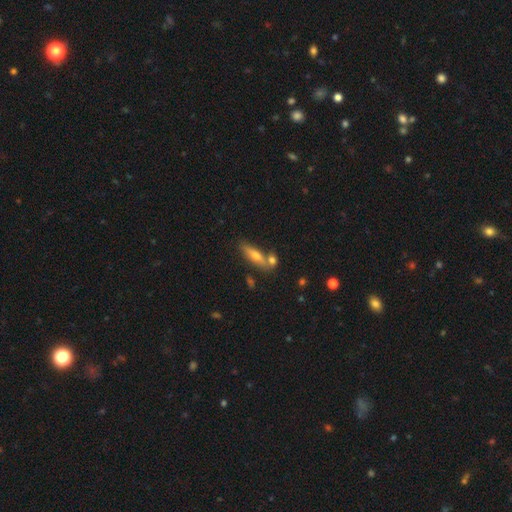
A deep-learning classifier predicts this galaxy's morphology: The model was most divided on "smooth or featured": smooth: 53%, featured or disk: 39%, star or artifact: 8%. More confident: merging — none (63%); how rounded — cigar-shaped (63%).